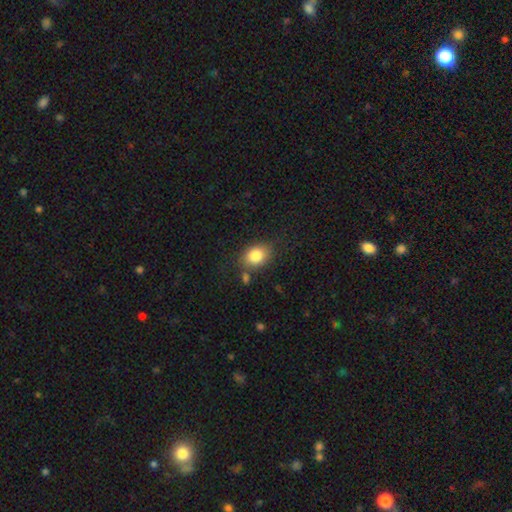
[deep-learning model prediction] This appears to be a smooth galaxy with no disk features (83%) that is in between round and cigar-shaped (68%). Merging: none (73%).